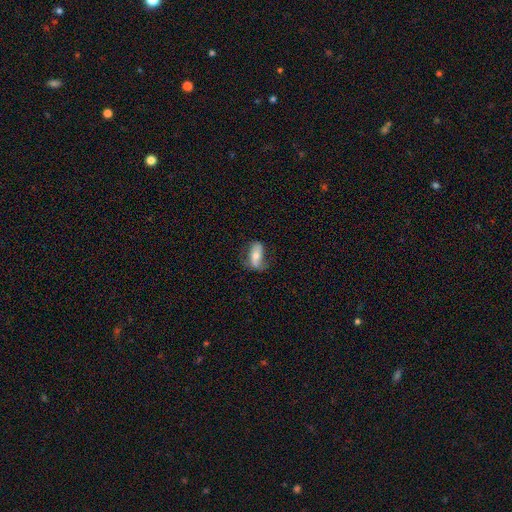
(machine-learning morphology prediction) smooth_or_featured: smooth (p=0.56) [alt: featured or disk p=0.37]
how_rounded: in between (p=0.84) [alt: cigar-shaped p=0.11]
merging: none (p=0.60) [alt: minor disturbance p=0.27]